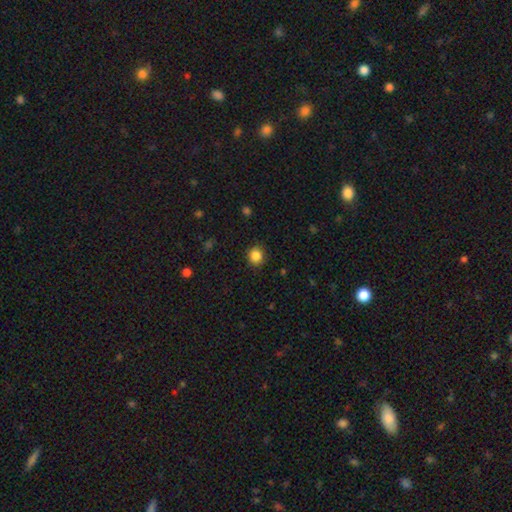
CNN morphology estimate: Overall: smooth (86%). How rounded: round (83%). Merging: none (89%).